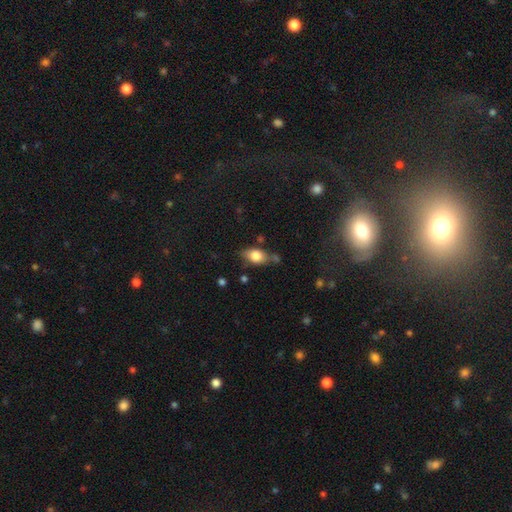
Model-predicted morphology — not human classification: This appears to be a smooth galaxy with no disk features (75%) that is in between round and cigar-shaped (80%). Merging: none (62%).